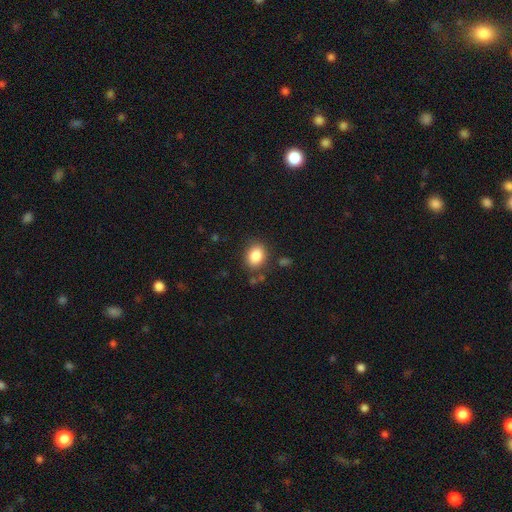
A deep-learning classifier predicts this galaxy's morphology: smooth-or-featured: smooth: 85% | star or artifact: 9% | featured or disk: 6%
  how-rounded: in between: 55% | round: 44% | cigar-shaped: 1%
  merging: none: 81% | minor disturbance: 11% | major disturbance: 4% | merger: 4%